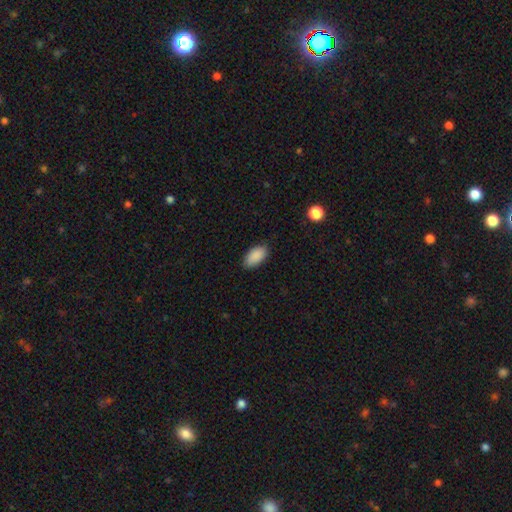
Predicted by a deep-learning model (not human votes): Smooth or featured: smooth — 90% (star or artifact — 7%)
How rounded: in between — 94% (cigar-shaped — 3%)
Merging: none — 85% (minor disturbance — 12%)